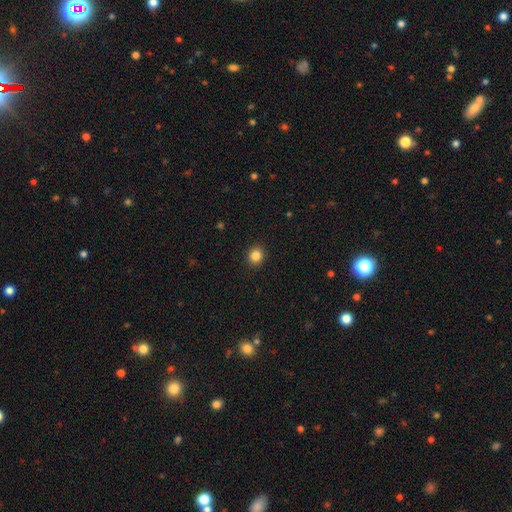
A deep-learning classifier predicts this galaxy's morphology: Overall: smooth (86%). How rounded: round (84%). Merging: none (92%).